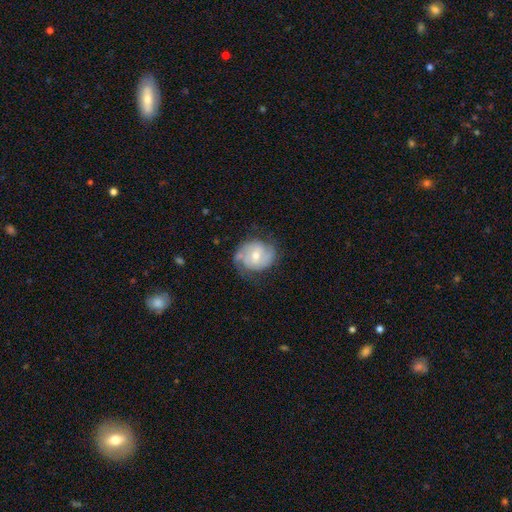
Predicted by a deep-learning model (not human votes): Smooth or featured? featured or disk (71%)
Edge-on disk? no (98%)
Bar? no (53%)
Spiral arms? yes (90%)
Spiral winding? tight (43%)
Spiral arm count? 2 (69%)
Bulge size? moderate (58%)
Merging? none (65%)